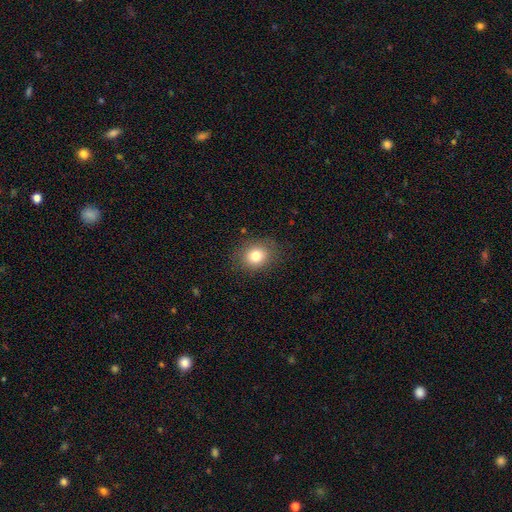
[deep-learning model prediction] A smooth galaxy with no disk features (80%) that is round (63%).

Vote fractions:
- Smooth or featured? smooth: 80% / star or artifact: 11% / featured or disk: 9%
- How rounded? round: 63% / in between: 36% / cigar-shaped: 1%
- Merging? none: 85% / minor disturbance: 11% / major disturbance: 4% / merger: 1%